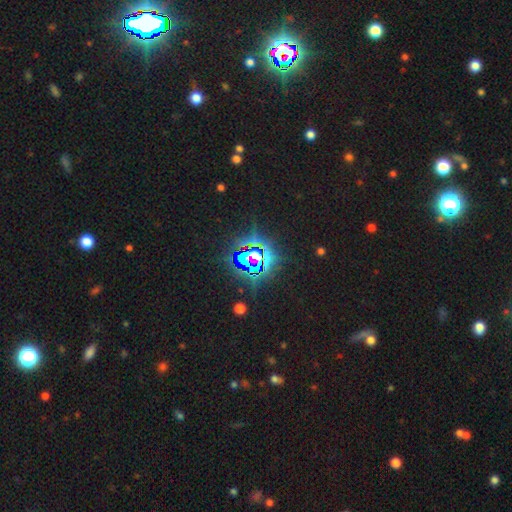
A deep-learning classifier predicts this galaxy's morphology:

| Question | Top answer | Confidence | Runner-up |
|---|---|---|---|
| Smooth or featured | star or artifact | 81% | featured or disk (10%) |